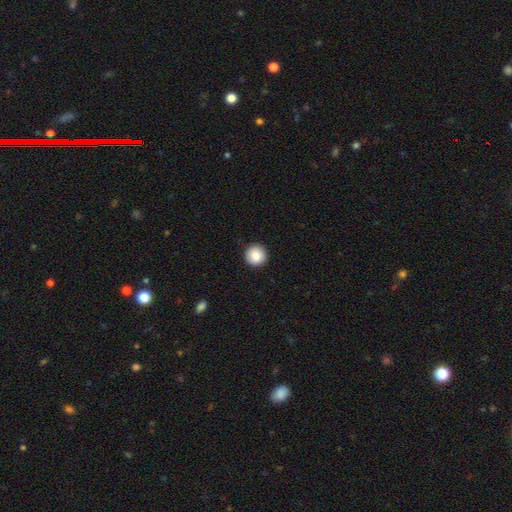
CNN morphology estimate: Smooth or featured?
  - smooth: 86% *
  - star or artifact: 8%
  - featured or disk: 6%
How rounded?
  - round: 95% *
  - in between: 4%
  - cigar-shaped: 1%
Merging?
  - none: 92% *
  - minor disturbance: 5%
  - major disturbance: 2%
  - merger: 1%